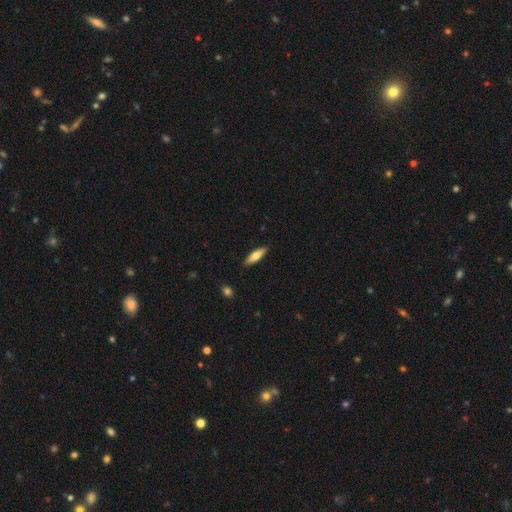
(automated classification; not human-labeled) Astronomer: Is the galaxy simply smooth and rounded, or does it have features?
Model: smooth — 69%.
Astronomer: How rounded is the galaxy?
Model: cigar-shaped — 60% (runner-up: in between, 38%).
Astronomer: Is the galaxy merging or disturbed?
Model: none — 89%.